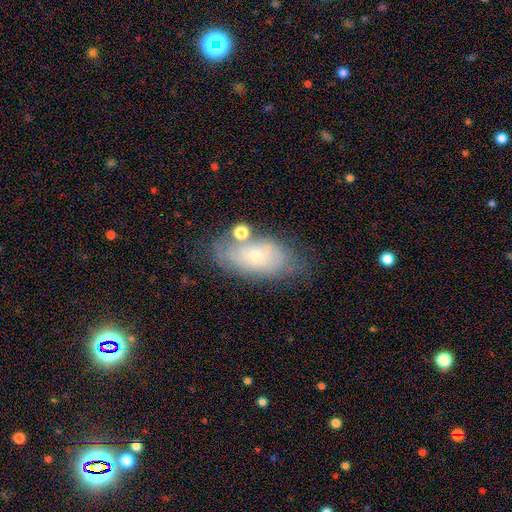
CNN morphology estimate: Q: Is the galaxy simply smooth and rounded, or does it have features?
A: smooth — 49%.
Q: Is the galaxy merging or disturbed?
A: none — 59%.